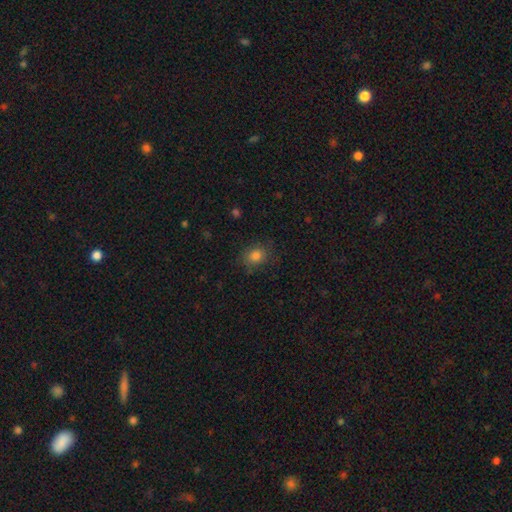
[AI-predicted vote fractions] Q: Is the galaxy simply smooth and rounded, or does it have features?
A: smooth — 83%.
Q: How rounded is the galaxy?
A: round — 61%.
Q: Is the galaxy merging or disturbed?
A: none — 80%.